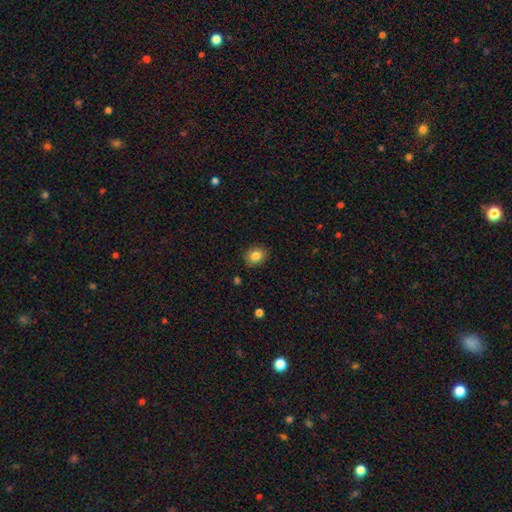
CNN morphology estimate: Q: Smooth or featured?
A: smooth (83%); runner-up: star or artifact (9%)
Q: How rounded?
A: round (56%); runner-up: in between (43%)
Q: Merging?
A: none (87%); runner-up: minor disturbance (10%)